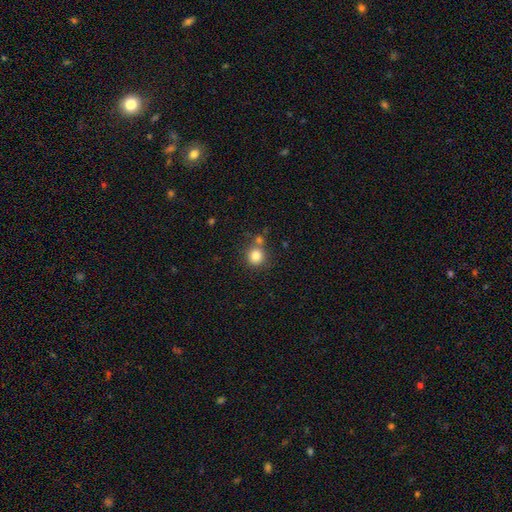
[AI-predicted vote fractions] Smooth or featured: smooth — 83% (star or artifact — 11%)
How rounded: round — 91% (in between — 8%)
Merging: none — 70% (merger — 17%)